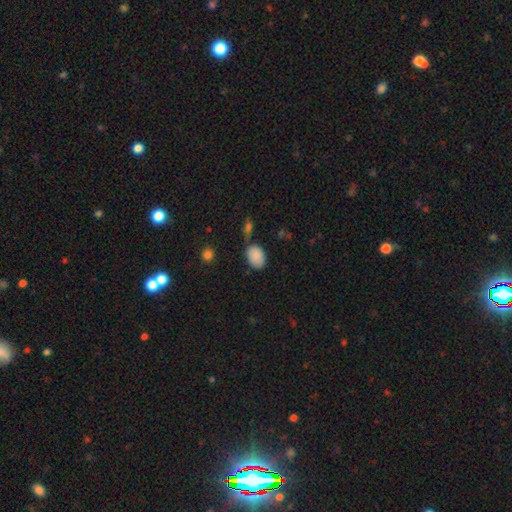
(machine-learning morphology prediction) Smooth or featured? Predicted: smooth (p=0.87). How rounded? Predicted: in between (p=0.84). Merging? Predicted: none (p=0.66).